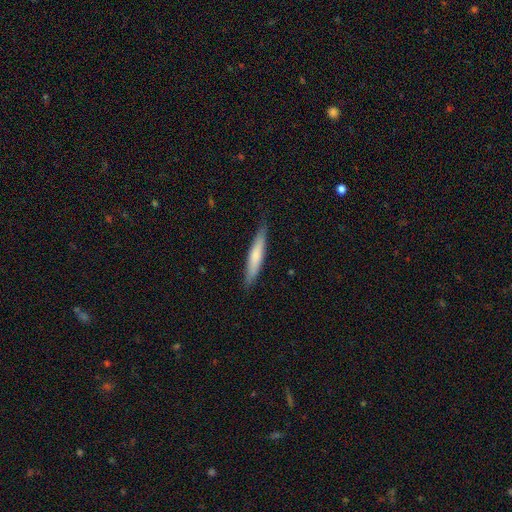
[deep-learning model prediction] A smooth galaxy with no disk features (69%) that is cigar-shaped (91%).

Vote fractions:
- Smooth or featured? smooth: 69% / featured or disk: 26% / star or artifact: 5%
- How rounded? cigar-shaped: 91% / in between: 8% / round: 1%
- Merging? none: 87% / minor disturbance: 11% / major disturbance: 2% / merger: 1%